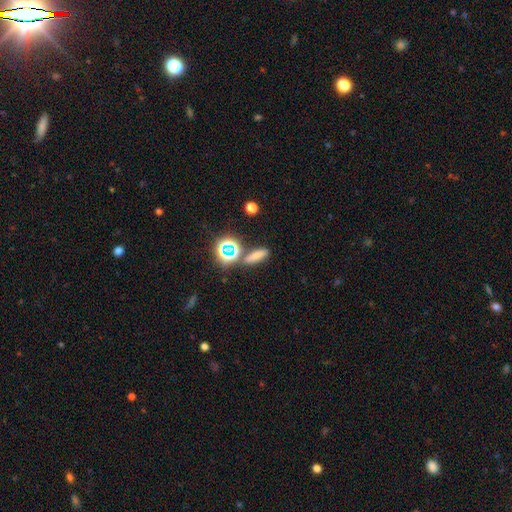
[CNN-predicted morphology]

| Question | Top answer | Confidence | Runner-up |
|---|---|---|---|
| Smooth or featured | smooth | 64% | star or artifact (25%) |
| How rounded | in between | 49% | cigar-shaped (36%) |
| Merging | none | 75% | minor disturbance (11%) |